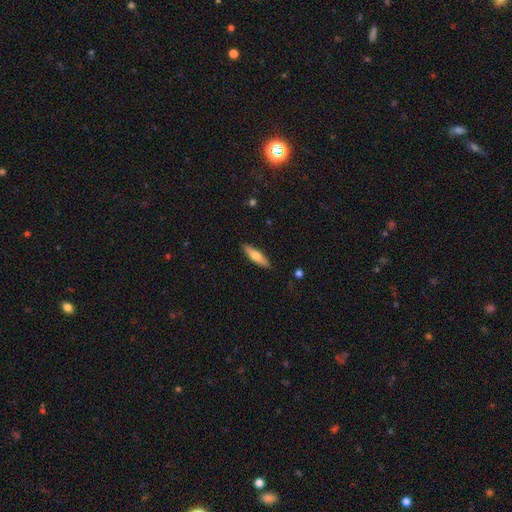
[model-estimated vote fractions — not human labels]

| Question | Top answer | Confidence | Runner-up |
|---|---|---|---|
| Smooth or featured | smooth | 66% | featured or disk (29%) |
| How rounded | cigar-shaped | 67% | in between (31%) |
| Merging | none | 89% | minor disturbance (8%) |